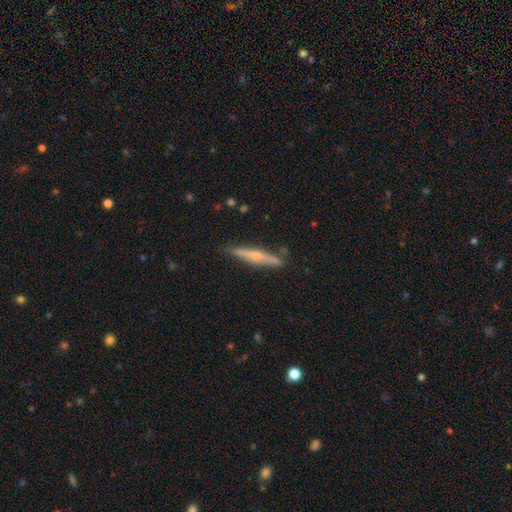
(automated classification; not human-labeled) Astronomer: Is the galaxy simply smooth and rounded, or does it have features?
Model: featured or disk — 64%.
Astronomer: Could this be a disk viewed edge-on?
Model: yes — 96%.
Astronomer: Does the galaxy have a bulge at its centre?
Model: rounded — 80%.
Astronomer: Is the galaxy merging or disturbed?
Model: none — 84%.